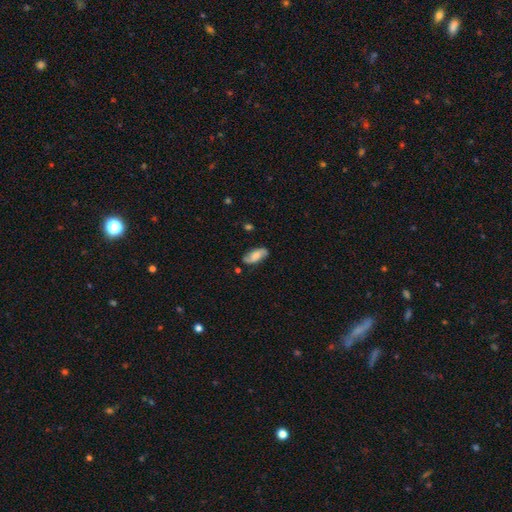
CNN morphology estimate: Overall: featured or disk (51%; smooth 42%). Edge-on disk: no (91%). Merging: none (80%).